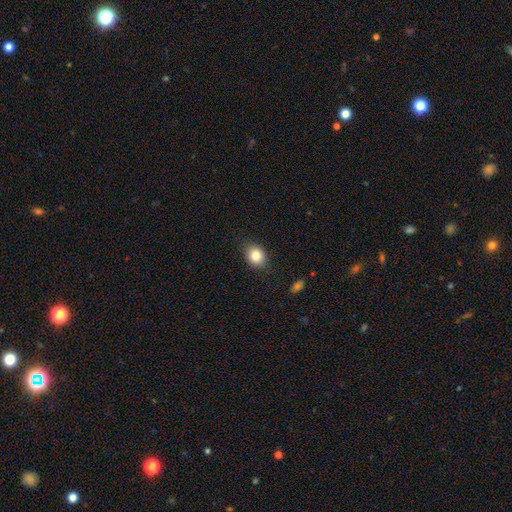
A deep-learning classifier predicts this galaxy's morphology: This appears to be a smooth galaxy with no disk features (83%) that is round (51%). Merging: none (84%).